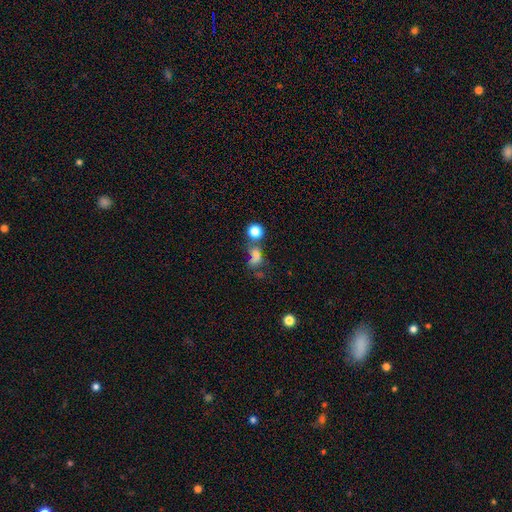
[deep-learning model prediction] A smooth galaxy with no disk features (60%) that is round (49%).

Vote fractions:
- Smooth or featured? smooth: 60% / star or artifact: 23% / featured or disk: 17%
- How rounded? round: 49% / in between: 47% / cigar-shaped: 4%
- Merging? none: 33% / merger: 32% / major disturbance: 21% / minor disturbance: 15%